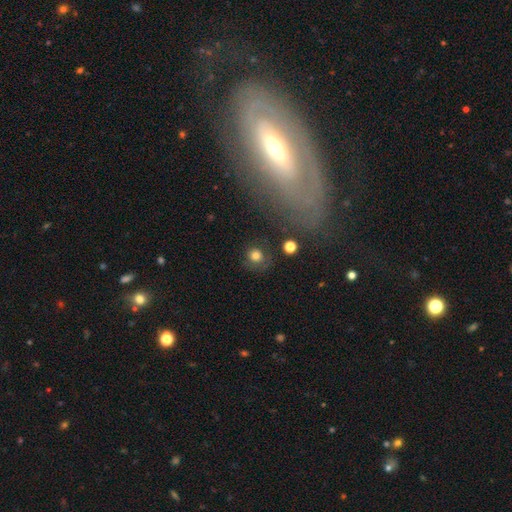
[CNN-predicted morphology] Overall: smooth (77%). How rounded: round (88%). Merging: none (77%).